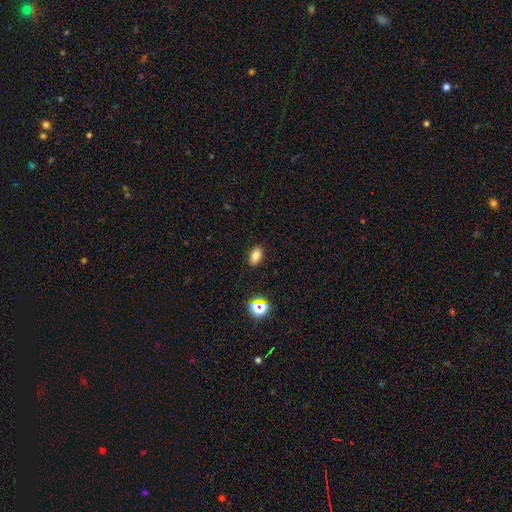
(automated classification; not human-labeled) A smooth galaxy with no disk features (80%) that is in between round and cigar-shaped (89%). Merging: none (88%).